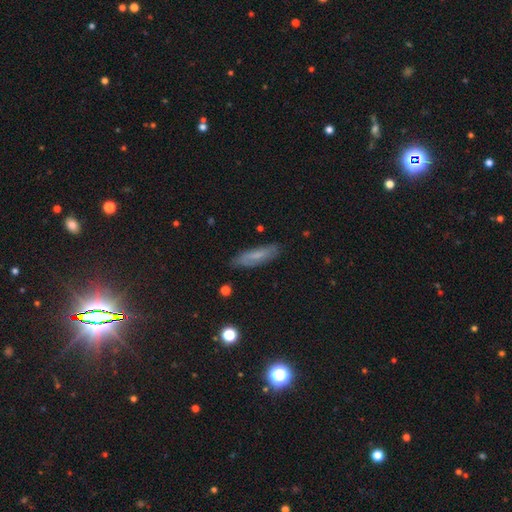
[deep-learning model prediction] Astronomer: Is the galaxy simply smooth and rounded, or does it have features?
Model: smooth — 53% (runner-up: featured or disk, 38%).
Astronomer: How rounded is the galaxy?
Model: cigar-shaped — 59% (runner-up: in between, 39%).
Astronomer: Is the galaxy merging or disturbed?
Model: none — 80%.